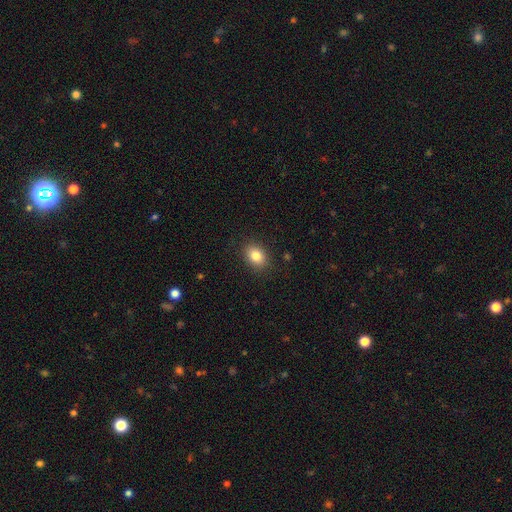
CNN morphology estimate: smooth-or-featured: smooth: 83% | star or artifact: 10% | featured or disk: 7%
  how-rounded: in between: 63% | round: 36% | cigar-shaped: 1%
  merging: none: 87% | minor disturbance: 9% | major disturbance: 3% | merger: 1%